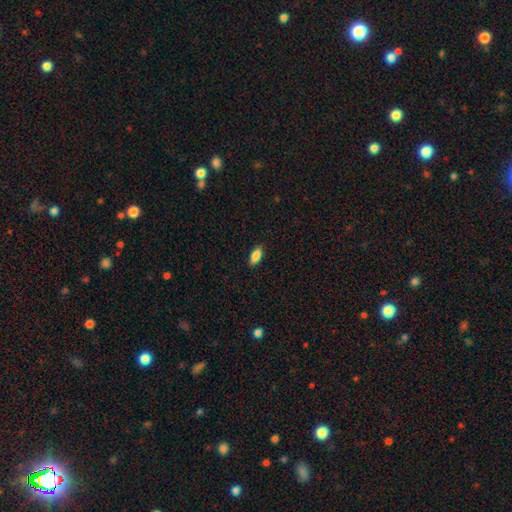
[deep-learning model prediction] smooth_or_featured: smooth (p=0.88) [alt: star or artifact p=0.07]
how_rounded: in between (p=0.85) [alt: cigar-shaped p=0.12]
merging: none (p=0.88) [alt: minor disturbance p=0.09]